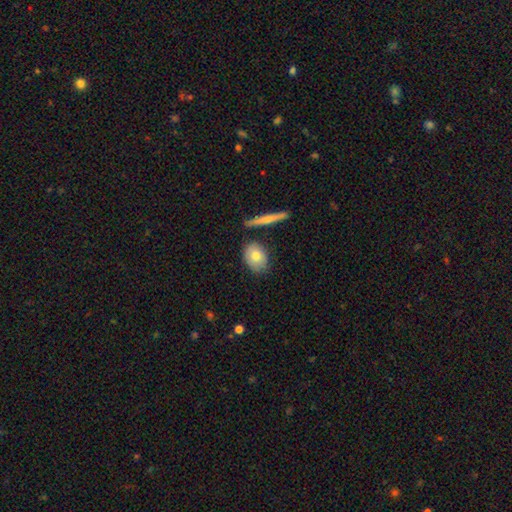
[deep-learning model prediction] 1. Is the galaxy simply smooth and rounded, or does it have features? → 74% smooth, 19% featured or disk, 7% star or artifact.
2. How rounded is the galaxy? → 65% in between, 31% round, 4% cigar-shaped.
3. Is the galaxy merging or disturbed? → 73% none, 16% minor disturbance, 7% merger, 4% major disturbance.